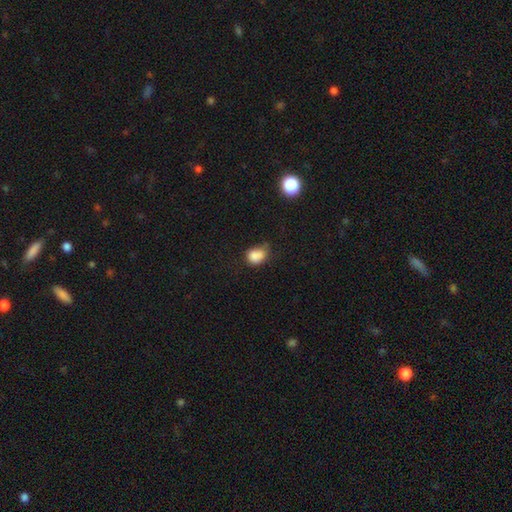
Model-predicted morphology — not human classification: Smooth or featured: smooth — 83% (star or artifact — 10%)
How rounded: in between — 57% (round — 42%)
Merging: none — 43% (minor disturbance — 38%)